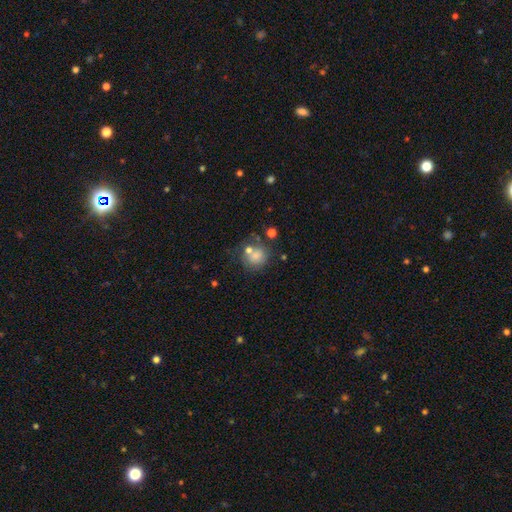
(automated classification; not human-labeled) Overall: smooth (73%). How rounded: round (80%). Merging: none (54%; merger 19%).